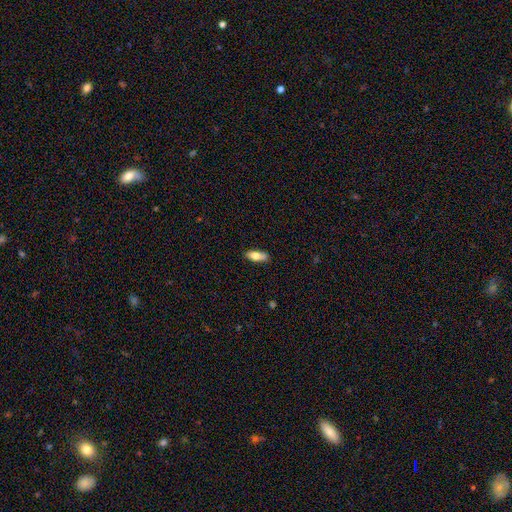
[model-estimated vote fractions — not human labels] smooth 74%, featured or disk 20%, star or artifact 6%. Down the decision tree: how rounded — in between (72%); merging — none (82%).